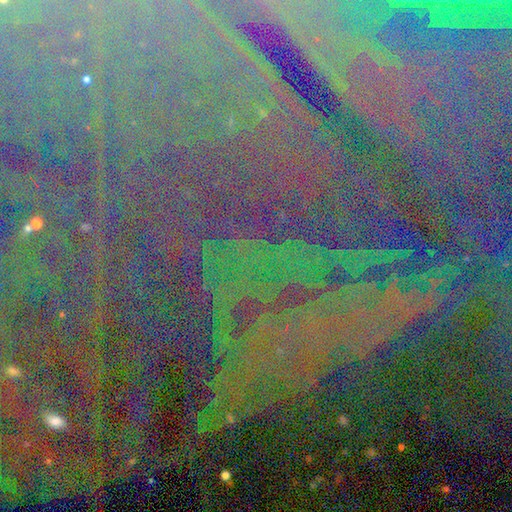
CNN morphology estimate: The model was most divided on "smooth or featured": star or artifact: 87%, featured or disk: 7%, smooth: 6%.